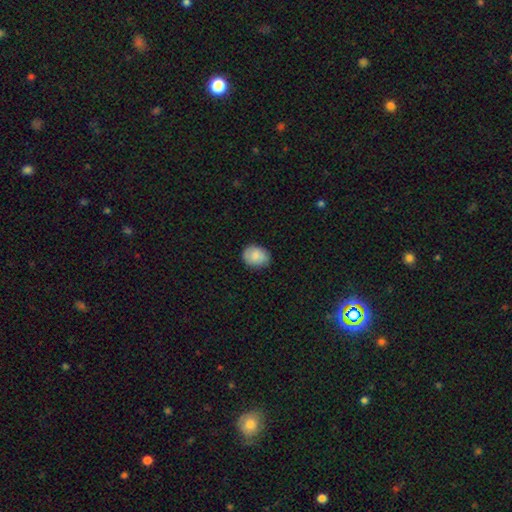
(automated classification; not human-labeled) A smooth galaxy with no disk features (81%) that is in between round and cigar-shaped (59%).

Vote fractions:
- Smooth or featured? smooth: 81% / featured or disk: 11% / star or artifact: 7%
- How rounded? in between: 59% / round: 40% / cigar-shaped: 1%
- Merging? none: 84% / minor disturbance: 13% / major disturbance: 3% / merger: 1%